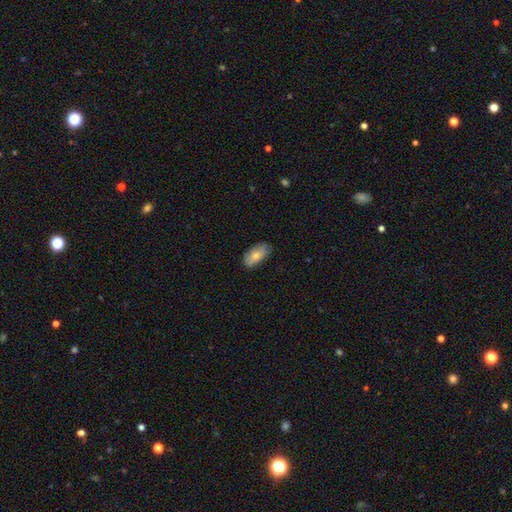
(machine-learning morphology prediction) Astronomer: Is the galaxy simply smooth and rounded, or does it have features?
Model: smooth — 75%.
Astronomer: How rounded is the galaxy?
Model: in between — 92%.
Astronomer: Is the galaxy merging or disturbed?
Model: none — 77%.